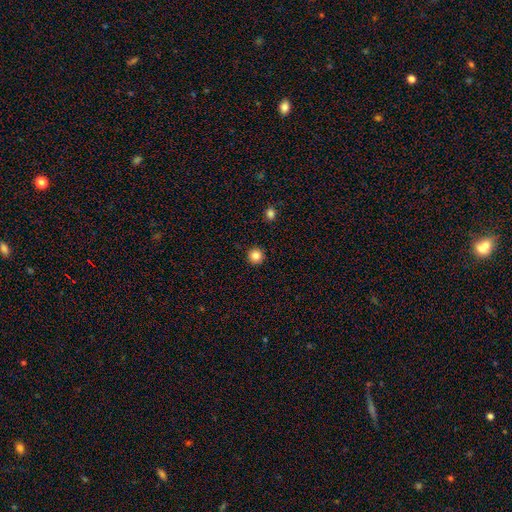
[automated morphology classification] Smooth or featured?
  - smooth: 84% *
  - star or artifact: 11%
  - featured or disk: 5%
How rounded?
  - round: 96% *
  - in between: 3%
  - cigar-shaped: 1%
Merging?
  - none: 93% *
  - minor disturbance: 4%
  - major disturbance: 1%
  - merger: 1%